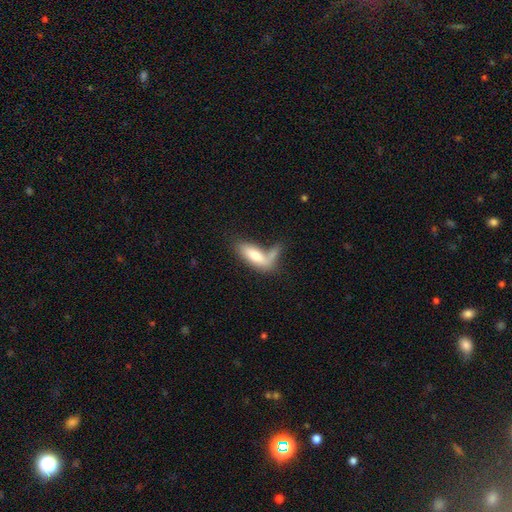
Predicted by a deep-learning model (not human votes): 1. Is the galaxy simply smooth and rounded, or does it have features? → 75% smooth, 18% featured or disk, 7% star or artifact.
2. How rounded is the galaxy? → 70% in between, 28% cigar-shaped, 3% round.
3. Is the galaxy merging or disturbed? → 32% none (tied), 32% merger (tied), 18% minor disturbance, 17% major disturbance.